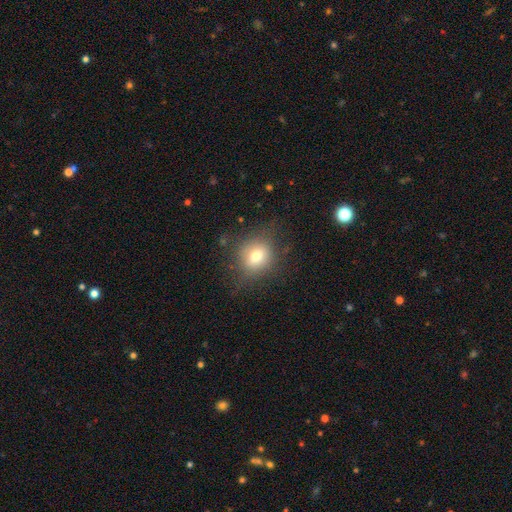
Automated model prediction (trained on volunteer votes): Overall: smooth (68%). How rounded: round (71%). Merging: none (72%).